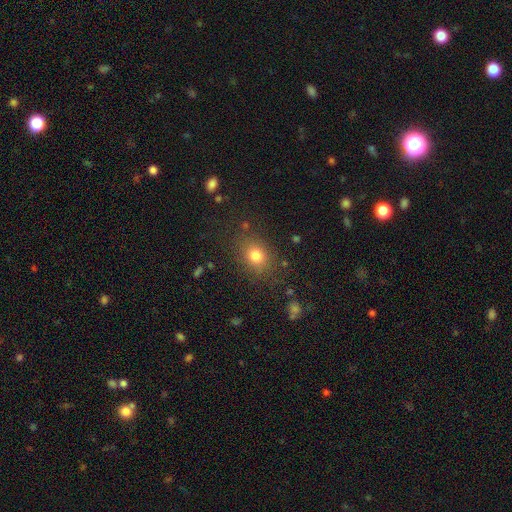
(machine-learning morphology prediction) This appears to be a smooth galaxy with no disk features (79%) that is round (52%). Merging: none (81%).